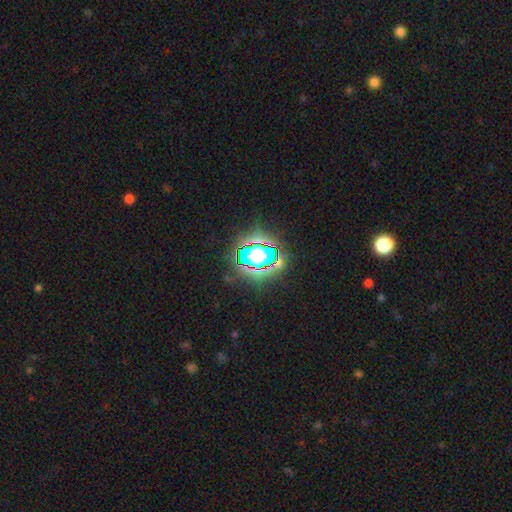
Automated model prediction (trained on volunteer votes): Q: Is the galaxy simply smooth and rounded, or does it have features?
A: star or artifact — 60%.